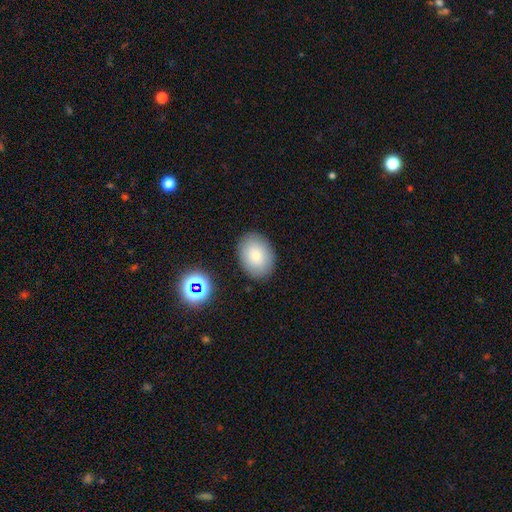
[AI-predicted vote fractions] Morphology: type=smooth (79%); roundness=in between (74%); merging=none (86%).